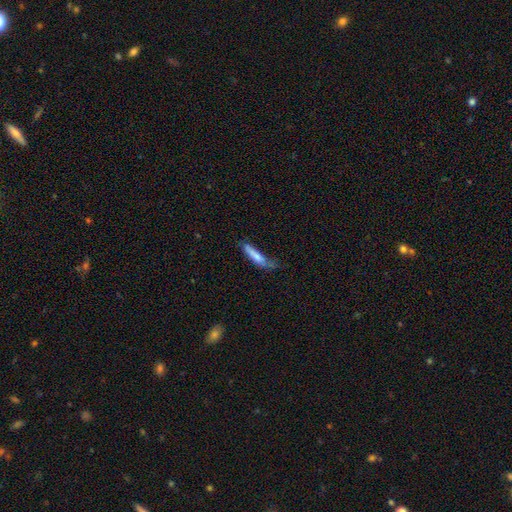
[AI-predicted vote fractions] Smooth or featured?
  - smooth: 72% *
  - featured or disk: 21%
  - star or artifact: 7%
How rounded?
  - cigar-shaped: 81% *
  - in between: 17%
  - round: 2%
Merging?
  - none: 47% *
  - minor disturbance: 33%
  - major disturbance: 15%
  - merger: 5%